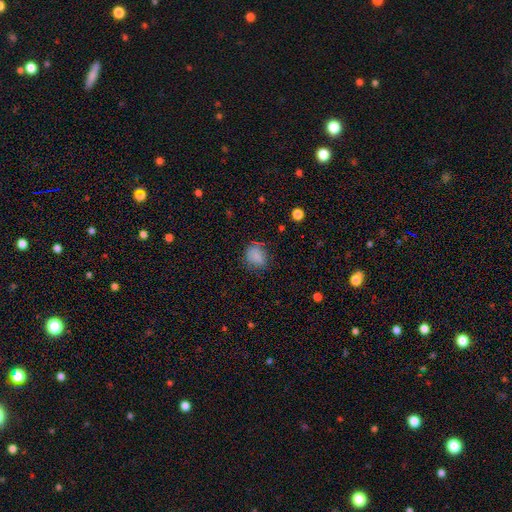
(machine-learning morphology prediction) A smooth galaxy with no disk features (82%) that is in between round and cigar-shaped (52%).

Vote fractions:
- Smooth or featured? smooth: 82% / star or artifact: 11% / featured or disk: 7%
- How rounded? in between: 52% / round: 46% / cigar-shaped: 1%
- Merging? none: 69% / minor disturbance: 22% / major disturbance: 7% / merger: 2%